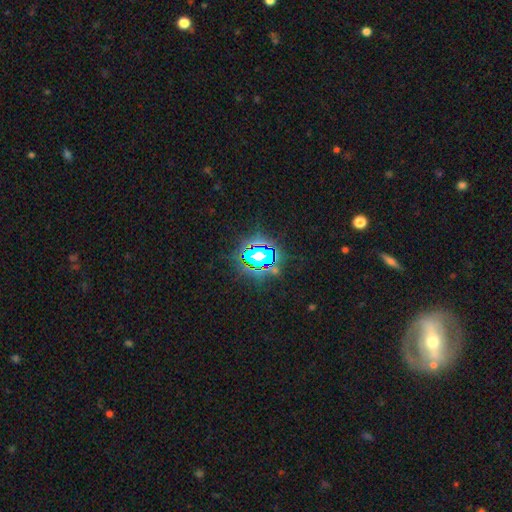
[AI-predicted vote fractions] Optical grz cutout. It shows a star or artifact, not a galaxy (65%).